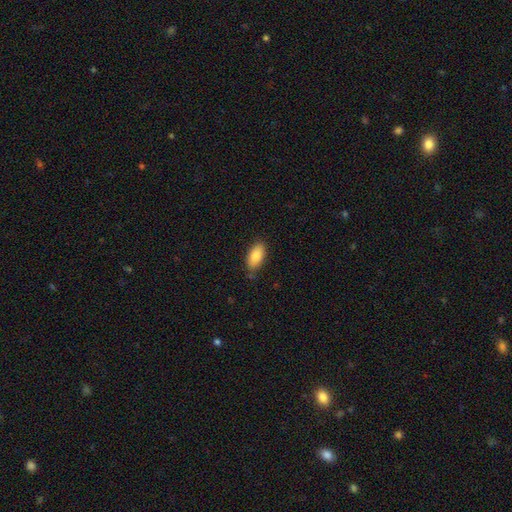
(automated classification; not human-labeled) smooth_or_featured: smooth (p=0.86) [alt: featured or disk p=0.08]
how_rounded: in between (p=0.91) [alt: cigar-shaped p=0.06]
merging: none (p=0.81) [alt: minor disturbance p=0.15]